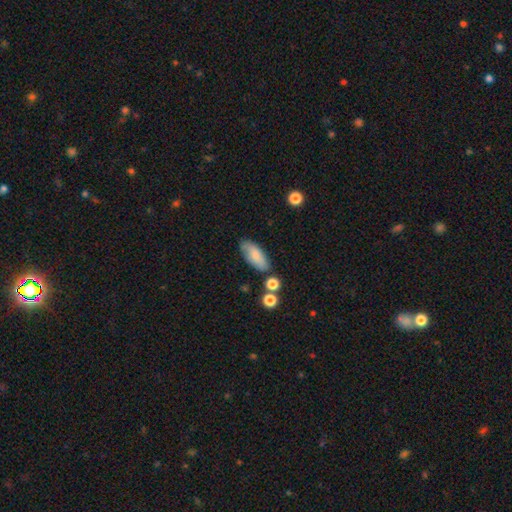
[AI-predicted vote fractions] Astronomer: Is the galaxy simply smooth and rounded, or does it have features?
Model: smooth — 78%.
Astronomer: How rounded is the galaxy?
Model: in between — 83%.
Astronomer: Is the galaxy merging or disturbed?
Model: none — 74%.